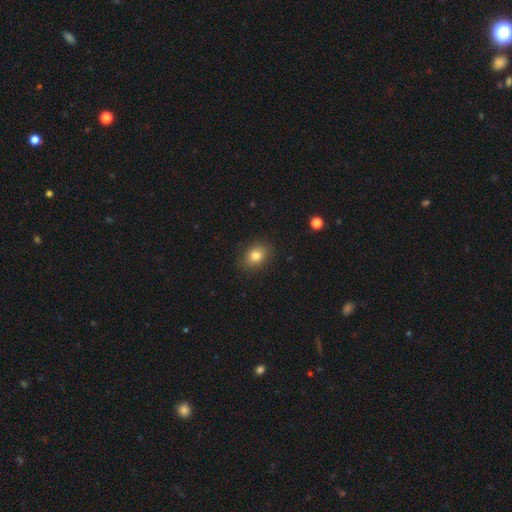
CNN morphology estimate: This appears to be a smooth galaxy with no disk features (82%) that is in between round and cigar-shaped (61%). Merging: none (85%).